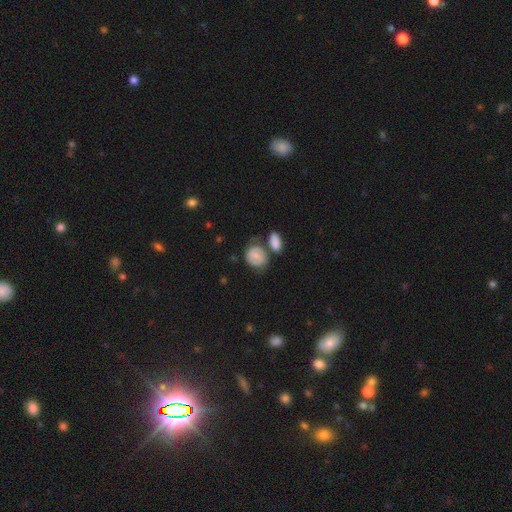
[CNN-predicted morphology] Smooth or featured? smooth (71%)
How rounded? round (54%)
Merging? none (46%)